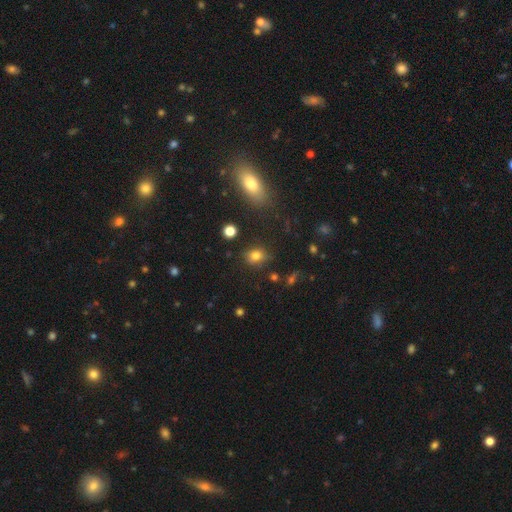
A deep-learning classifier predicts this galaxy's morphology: smooth_or_featured: smooth (p=0.77) [alt: star or artifact p=0.14]
how_rounded: in between (p=0.52) [alt: round p=0.46]
merging: none (p=0.73) [alt: minor disturbance p=0.18]